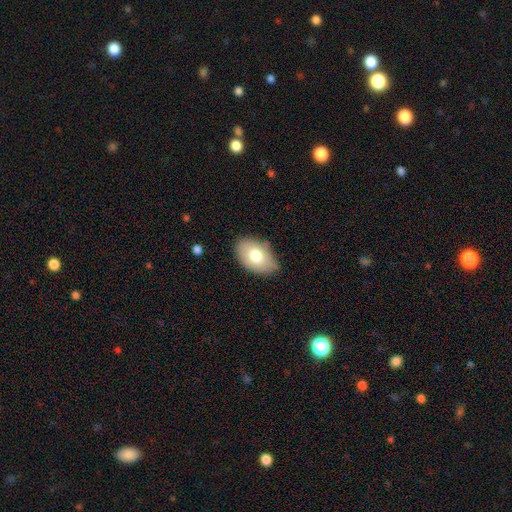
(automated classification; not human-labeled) Smooth or featured: smooth — 75% (featured or disk — 18%)
How rounded: in between — 90% (round — 9%)
Merging: none — 74% (minor disturbance — 21%)